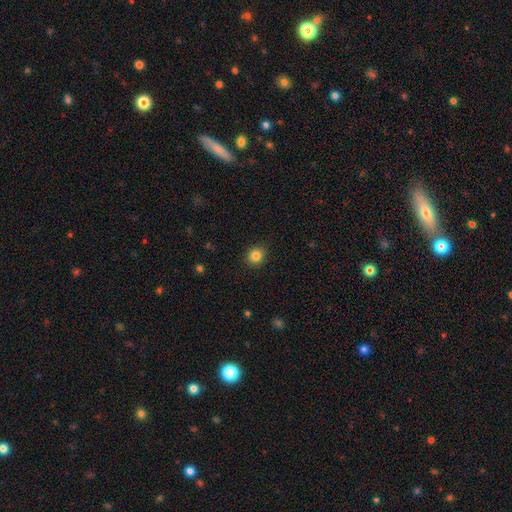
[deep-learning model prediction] Smooth or featured?
  - smooth: 84% *
  - star or artifact: 11%
  - featured or disk: 5%
How rounded?
  - round: 81% *
  - in between: 19%
  - cigar-shaped: 1%
Merging?
  - none: 90% *
  - minor disturbance: 7%
  - major disturbance: 2%
  - merger: 1%